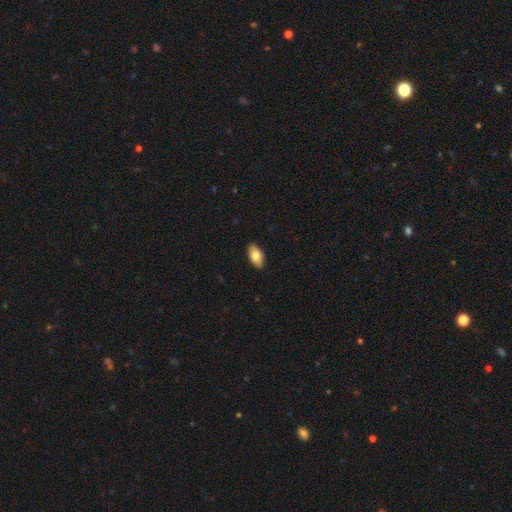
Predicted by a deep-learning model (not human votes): smooth_or_featured: smooth (p=0.80) [alt: featured or disk p=0.14]
how_rounded: in between (p=0.93) [alt: round p=0.03]
merging: none (p=0.89) [alt: minor disturbance p=0.08]